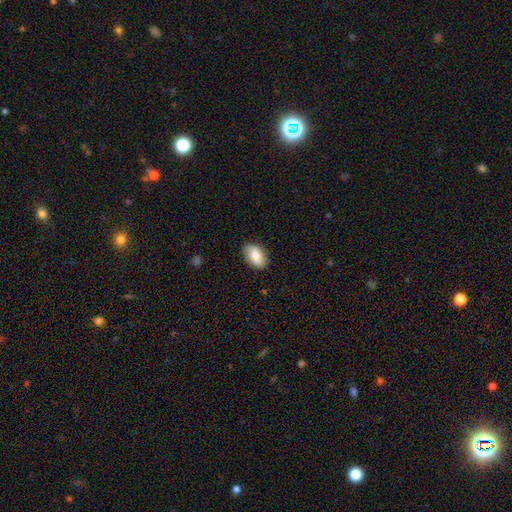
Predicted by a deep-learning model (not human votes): Smooth or featured?
  - smooth: 77% *
  - featured or disk: 16%
  - star or artifact: 7%
How rounded?
  - in between: 91% *
  - round: 7%
  - cigar-shaped: 2%
Merging?
  - none: 84% *
  - minor disturbance: 13%
  - major disturbance: 3%
  - merger: 1%